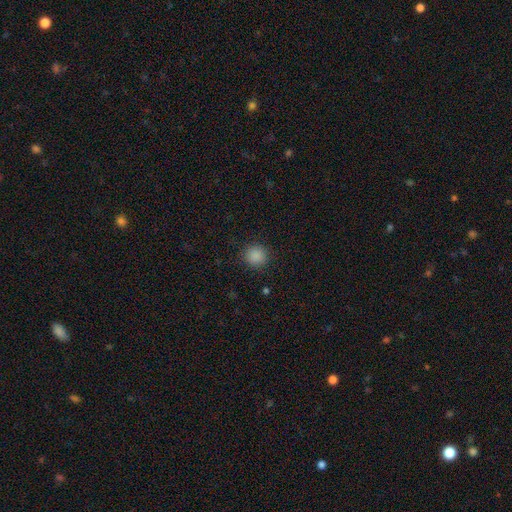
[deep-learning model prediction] This is clearly a smooth galaxy (88%). How rounded: clearly round (92%). Merging: clearly none (91%).